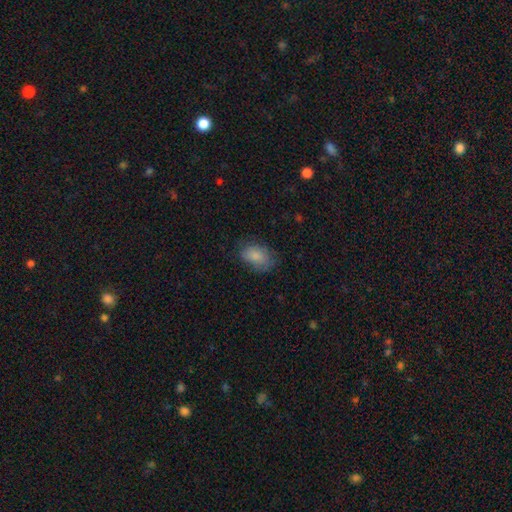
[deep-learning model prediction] Smooth or featured: smooth — 84% (featured or disk — 9%)
How rounded: in between — 86% (round — 13%)
Merging: none — 67% (minor disturbance — 24%)